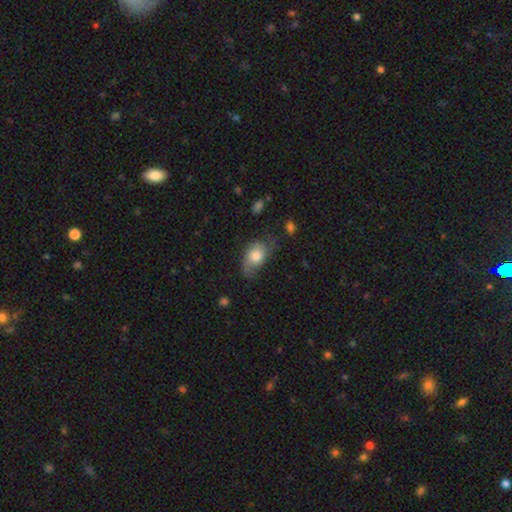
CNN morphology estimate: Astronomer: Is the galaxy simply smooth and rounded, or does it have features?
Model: smooth — 65%.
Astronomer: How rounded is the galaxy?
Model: in between — 82%.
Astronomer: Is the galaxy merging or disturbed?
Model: none — 47% (runner-up: minor disturbance, 33%).